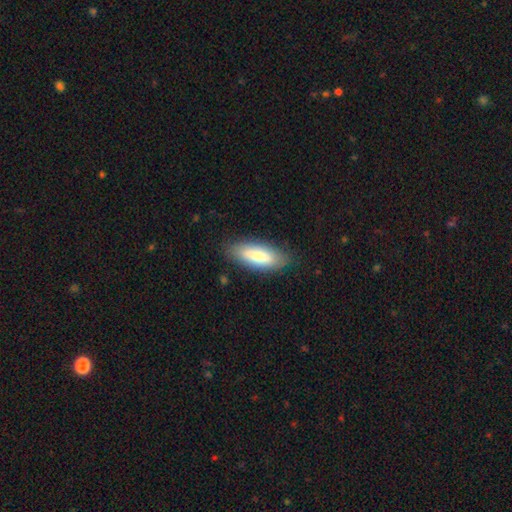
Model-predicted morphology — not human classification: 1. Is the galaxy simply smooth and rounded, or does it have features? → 77% smooth, 18% featured or disk, 6% star or artifact.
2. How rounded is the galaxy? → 67% in between, 31% cigar-shaped, 2% round.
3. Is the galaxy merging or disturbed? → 84% none, 12% minor disturbance, 3% major disturbance, 1% merger.